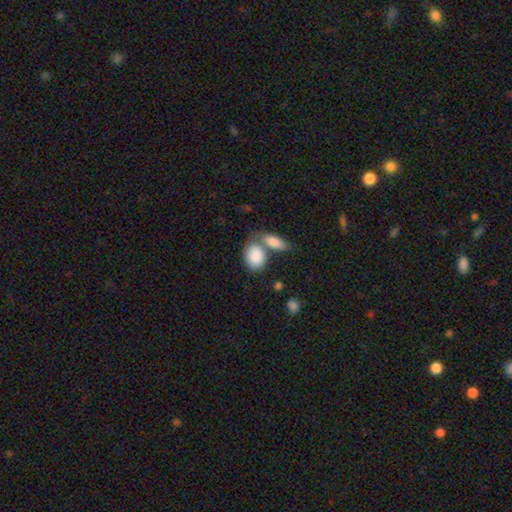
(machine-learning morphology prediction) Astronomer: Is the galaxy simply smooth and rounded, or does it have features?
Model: smooth — 86%.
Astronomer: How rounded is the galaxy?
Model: in between — 80%.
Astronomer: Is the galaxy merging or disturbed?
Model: merger — 45% (runner-up: none, 38%).